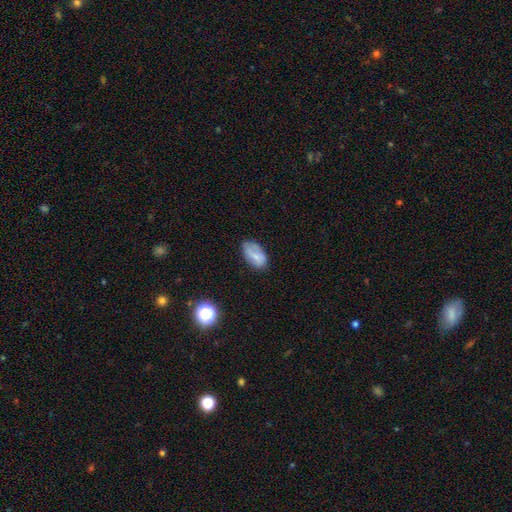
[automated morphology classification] Smooth or featured?
  - smooth: 71% *
  - featured or disk: 19%
  - star or artifact: 9%
How rounded?
  - in between: 93% *
  - round: 5%
  - cigar-shaped: 3%
Merging?
  - none: 62% *
  - minor disturbance: 27%
  - major disturbance: 8%
  - merger: 2%